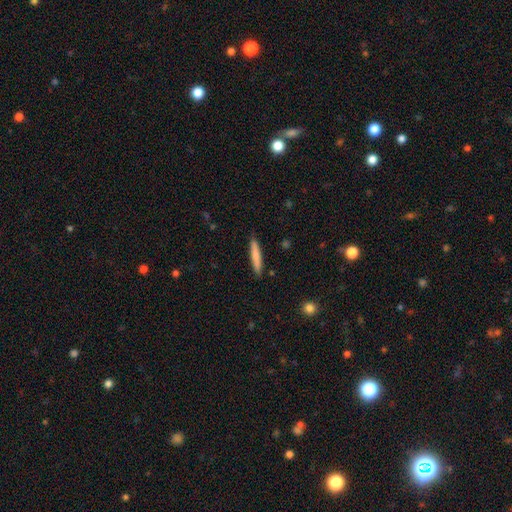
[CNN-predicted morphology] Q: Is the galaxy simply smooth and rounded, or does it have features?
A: smooth — 76%.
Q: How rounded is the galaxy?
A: cigar-shaped — 92%.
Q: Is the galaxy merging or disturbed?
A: none — 89%.